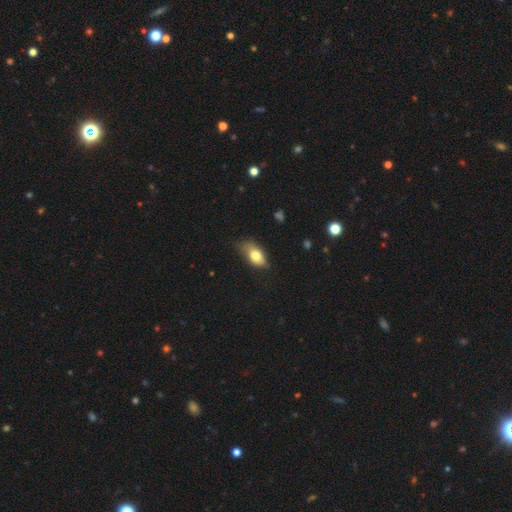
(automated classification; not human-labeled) Smooth or featured?
  - smooth: 75% *
  - featured or disk: 18%
  - star or artifact: 8%
How rounded?
  - in between: 88% *
  - round: 7%
  - cigar-shaped: 5%
Merging?
  - none: 46% *
  - minor disturbance: 39%
  - major disturbance: 13%
  - merger: 2%